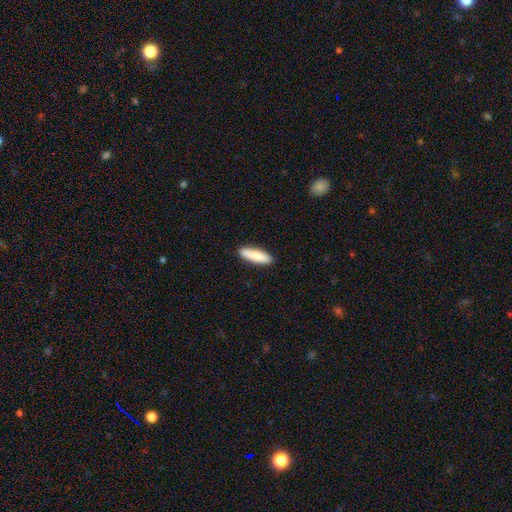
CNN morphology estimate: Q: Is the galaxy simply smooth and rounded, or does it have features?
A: smooth — 86%.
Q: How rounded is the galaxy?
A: cigar-shaped — 69%.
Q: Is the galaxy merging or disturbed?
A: none — 90%.